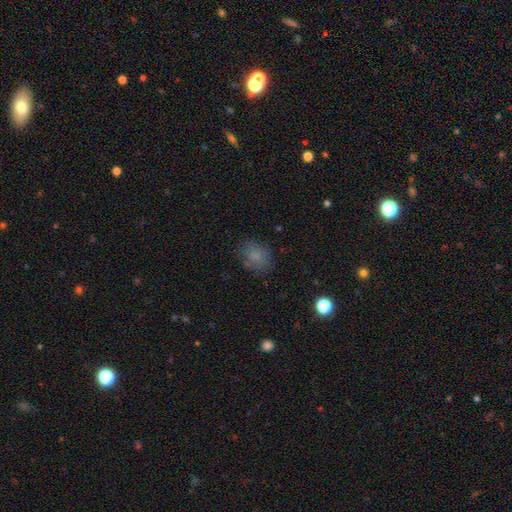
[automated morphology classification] A smooth galaxy with no disk features (76%) that is round (50%).

Vote fractions:
- Smooth or featured? smooth: 76% / star or artifact: 12% / featured or disk: 12%
- How rounded? round: 50% / in between: 49% / cigar-shaped: 1%
- Merging? none: 72% / minor disturbance: 19% / major disturbance: 7% / merger: 2%